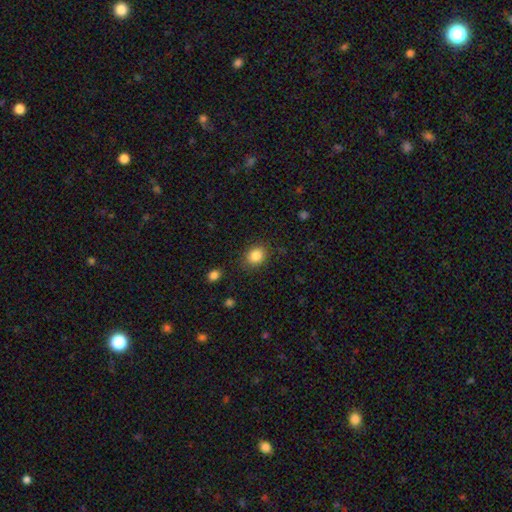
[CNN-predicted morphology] A smooth galaxy with no disk features (85%) that is round (66%).

Vote fractions:
- Smooth or featured? smooth: 85% / star or artifact: 10% / featured or disk: 5%
- How rounded? round: 66% / in between: 33% / cigar-shaped: 1%
- Merging? none: 84% / minor disturbance: 11% / major disturbance: 3% / merger: 2%